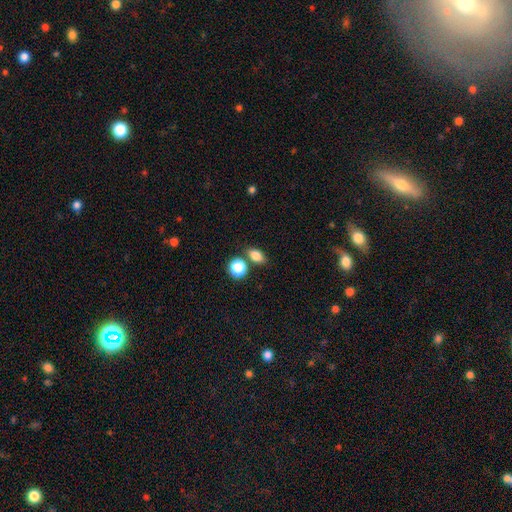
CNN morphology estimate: Smooth or featured: smooth — 83% (star or artifact — 11%)
How rounded: in between — 73% (round — 25%)
Merging: none — 68% (merger — 17%)